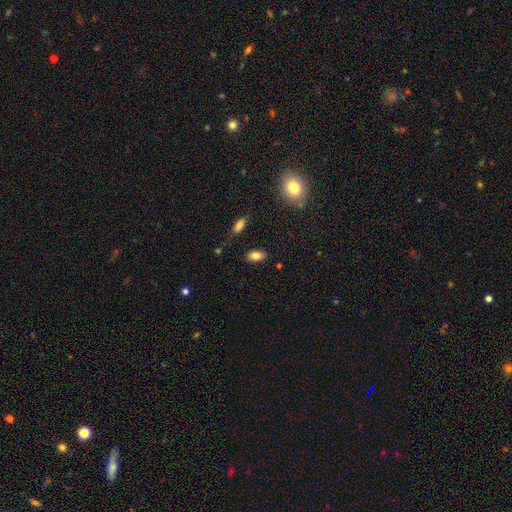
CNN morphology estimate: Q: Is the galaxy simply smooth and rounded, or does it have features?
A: smooth — 83%.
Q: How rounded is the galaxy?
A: in between — 90%.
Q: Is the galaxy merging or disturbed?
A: none — 84%.